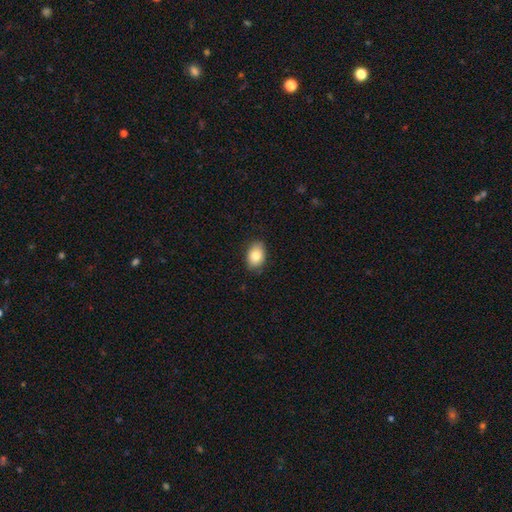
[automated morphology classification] smooth_or_featured: smooth (p=0.83) [alt: featured or disk p=0.09]
how_rounded: in between (p=0.84) [alt: round p=0.15]
merging: none (p=0.84) [alt: minor disturbance p=0.12]